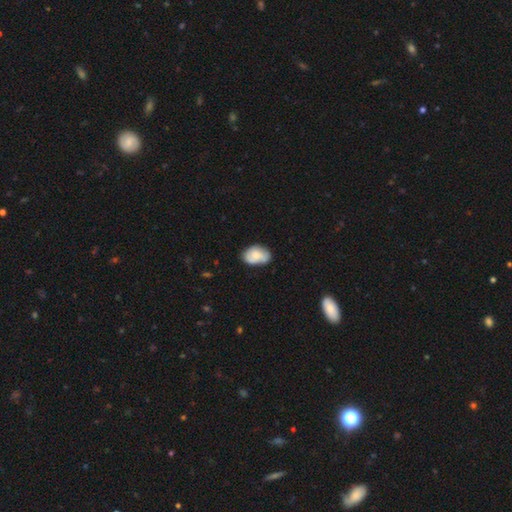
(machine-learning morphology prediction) Smooth or featured? Predicted: smooth (p=0.60). How rounded? Predicted: in between (p=0.84). Merging? Predicted: none (p=0.64).